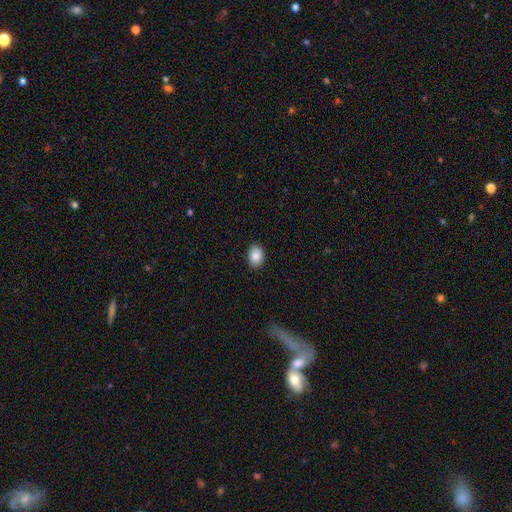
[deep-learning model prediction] smooth 88%, star or artifact 8%, featured or disk 4%. Down the decision tree: how rounded — in between (76%); merging — none (89%).